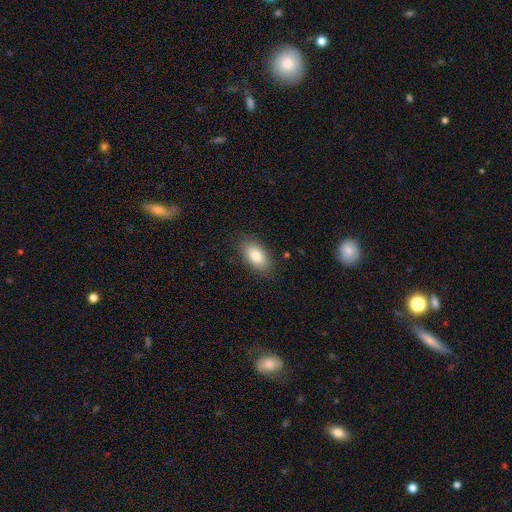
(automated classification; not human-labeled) Smooth or featured? smooth (84%)
How rounded? in between (93%)
Merging? none (86%)